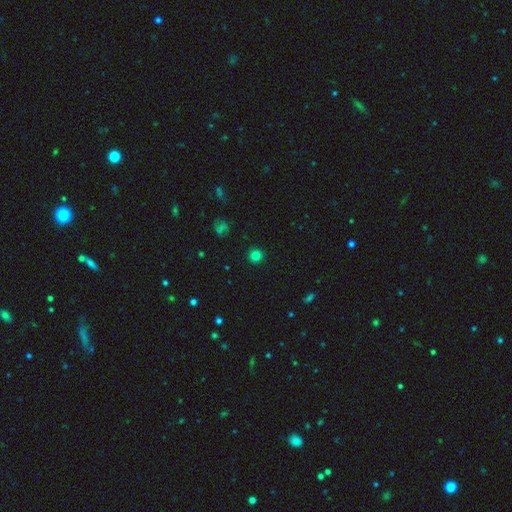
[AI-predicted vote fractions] Smooth or featured? Predicted: smooth (p=0.81). How rounded? Predicted: round (p=0.94). Merging? Predicted: none (p=0.91).